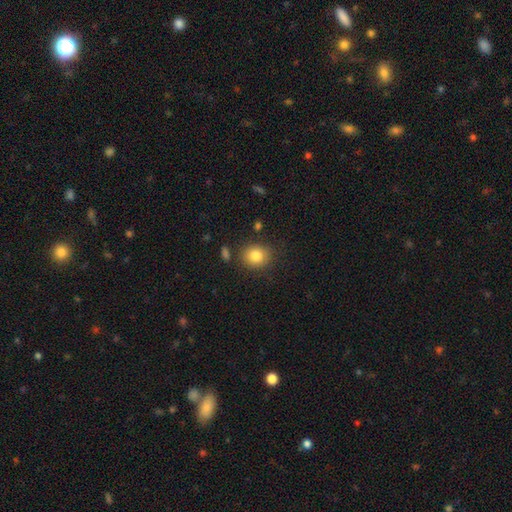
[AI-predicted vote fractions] smooth-or-featured: smooth: 83% | star or artifact: 10% | featured or disk: 7%
  how-rounded: round: 76% | in between: 23% | cigar-shaped: 1%
  merging: none: 83% | minor disturbance: 10% | merger: 3% | major disturbance: 3%